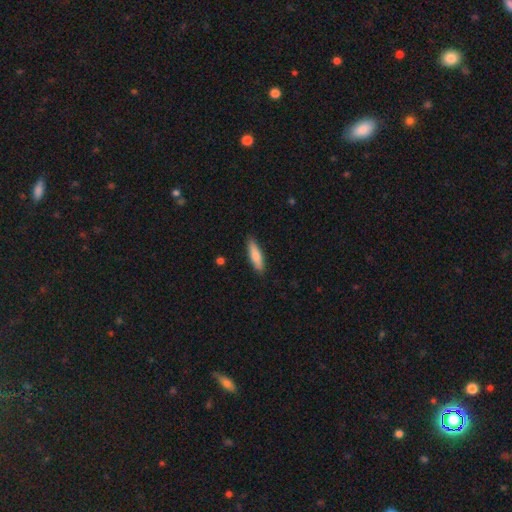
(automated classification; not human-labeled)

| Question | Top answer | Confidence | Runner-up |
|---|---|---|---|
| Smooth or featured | smooth | 79% | featured or disk (15%) |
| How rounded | cigar-shaped | 68% | in between (30%) |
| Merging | none | 87% | minor disturbance (10%) |